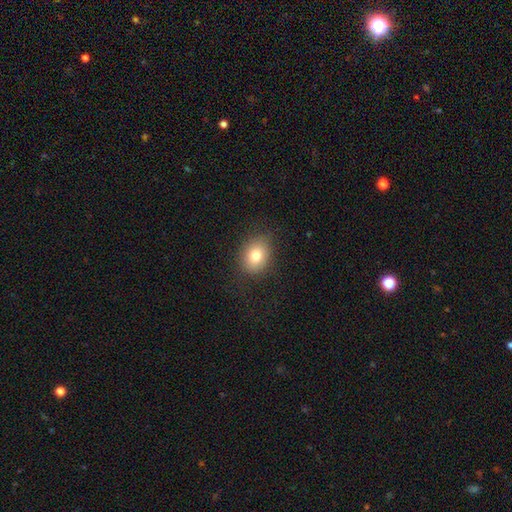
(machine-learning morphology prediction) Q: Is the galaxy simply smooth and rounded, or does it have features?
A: smooth — 78%.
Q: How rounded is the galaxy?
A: in between — 55%.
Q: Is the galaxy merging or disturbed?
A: none — 83%.